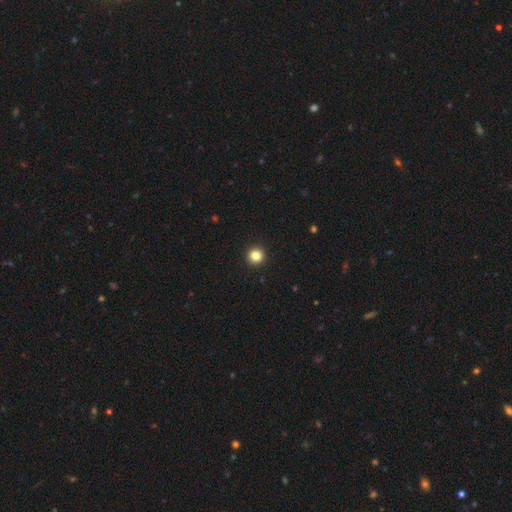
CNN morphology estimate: smooth 83%, star or artifact 11%, featured or disk 5%. Down the decision tree: how rounded — round (95%); merging — none (94%).